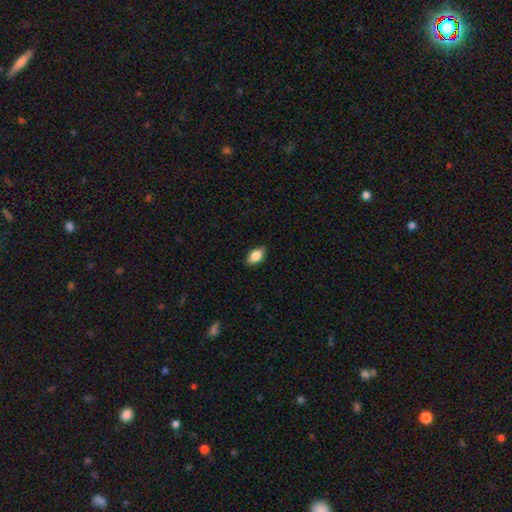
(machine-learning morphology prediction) A smooth galaxy with no disk features (81%) that is in between round and cigar-shaped (88%). Merging: none (84%).